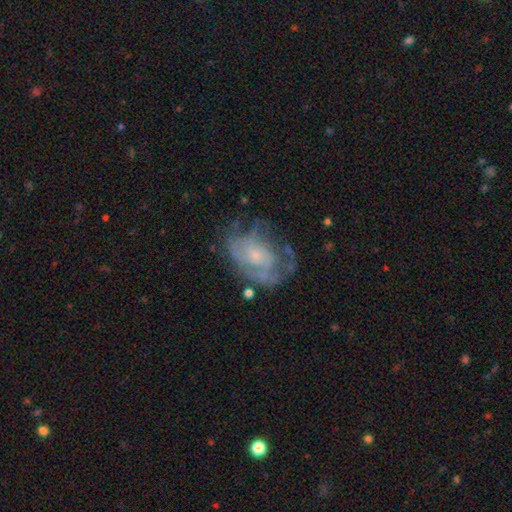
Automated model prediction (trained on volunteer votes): Smooth or featured?
  - featured or disk: 71% *
  - smooth: 21%
  - star or artifact: 8%
Edge-on disk?
  - no: 97% *
  - yes: 3%
Bar?
  - no: 77% *
  - weak: 20%
  - strong: 3%
Spiral arms?
  - yes: 70% *
  - no: 30%
Bulge size?
  - small: 63% *
  - moderate: 25%
  - none: 8%
  - large: 3%
  - dominant: 1%
Merging?
  - none: 52% *
  - minor disturbance: 24%
  - major disturbance: 21%
  - merger: 3%